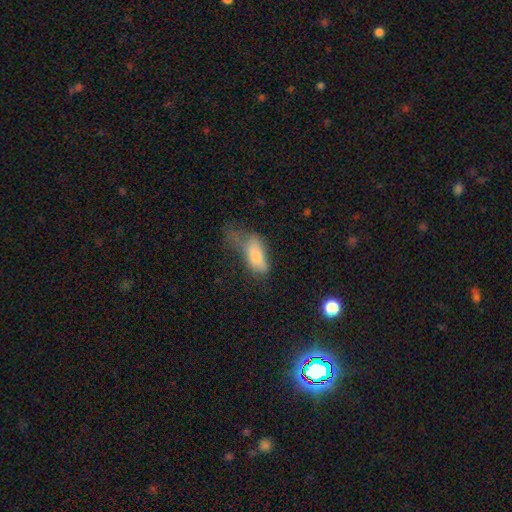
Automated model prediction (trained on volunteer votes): The model was most divided on "merging": major disturbance: 49%, minor disturbance: 26%, none: 19%, merger: 6%. More confident: how rounded — in between (79%); smooth or featured — smooth (71%).